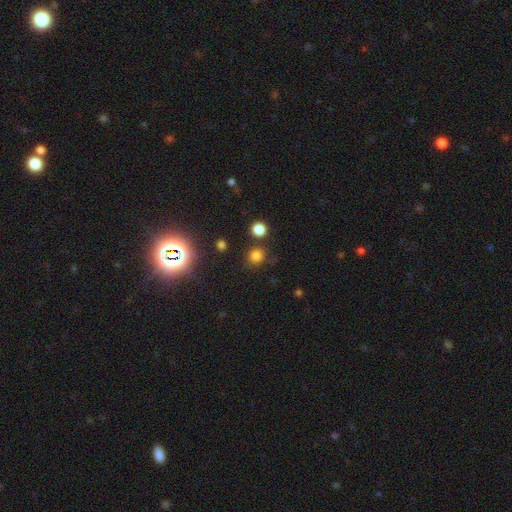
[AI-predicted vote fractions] smooth_or_featured: smooth (p=0.76) [alt: star or artifact p=0.19]
how_rounded: round (p=0.85) [alt: in between p=0.14]
merging: none (p=0.81) [alt: minor disturbance p=0.09]